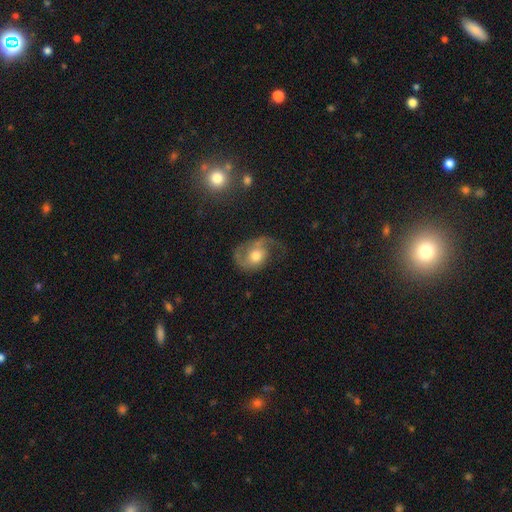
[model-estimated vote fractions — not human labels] A featured or disk galaxy (73%) with no bar (70%), 2 (62%) medium (43%) spiral arms (91%) and a moderate central bulge (68%).

Vote fractions:
- Smooth or featured? featured or disk: 73% / smooth: 21% / star or artifact: 7%
- Edge-on disk? no: 97% / yes: 3%
- Bar? no: 70% / weak: 25% / strong: 5%
- Spiral arms? yes: 91% / no: 9%
- Spiral winding? medium: 43% / loose: 39% / tight: 18%
- Spiral arm count? 2: 62% / 1: 29% / can't tell: 6% / 3: 2% / 4: 1% / more than 4: 1%
- Bulge size? moderate: 68% / large: 16% / small: 12% / none: 2% / dominant: 2%
- Merging? none: 47% / major disturbance: 28% / minor disturbance: 23% / merger: 2%